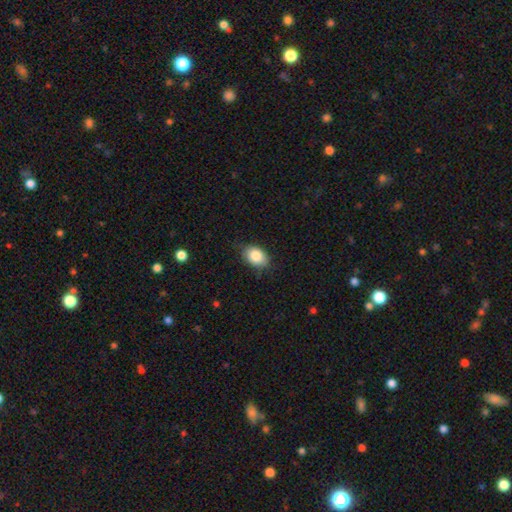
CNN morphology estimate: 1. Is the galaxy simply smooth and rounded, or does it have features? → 84% smooth, 8% featured or disk, 8% star or artifact.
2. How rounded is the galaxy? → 81% in between, 18% round, 1% cigar-shaped.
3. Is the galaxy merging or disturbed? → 75% none, 20% minor disturbance, 3% major disturbance, 1% merger.